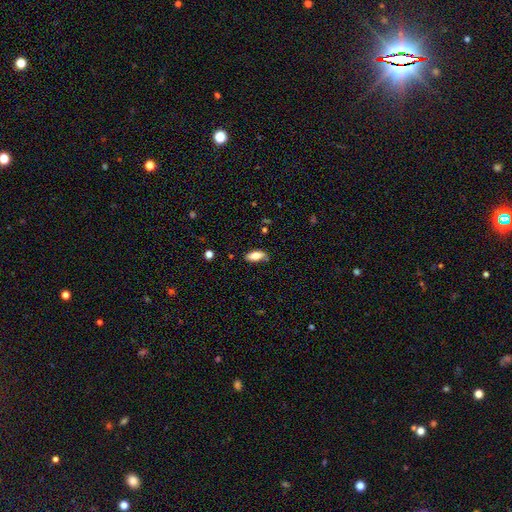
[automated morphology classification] smooth 75%, featured or disk 18%, star or artifact 7%. Down the decision tree: how rounded — in between (83%); merging — none (76%).